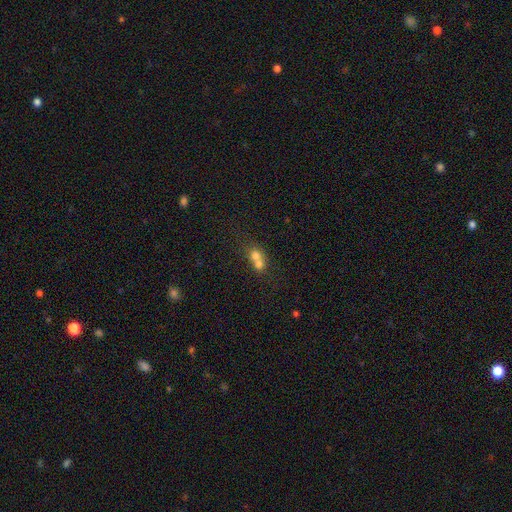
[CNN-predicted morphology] Overall: smooth (69%). How rounded: round (72%). Merging: merger (71%).